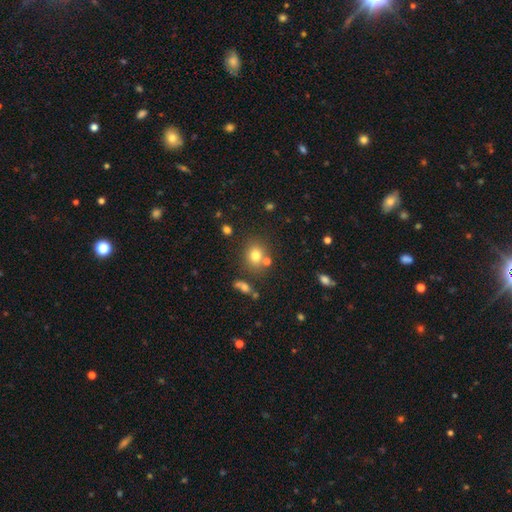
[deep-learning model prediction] Morphology: type=smooth (76%); roundness=round (66%); merging=none (68%).